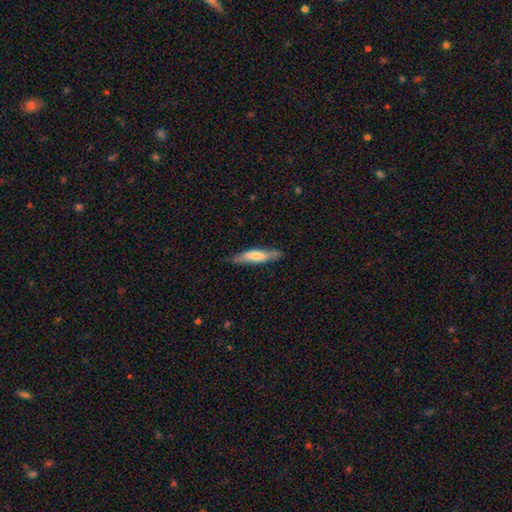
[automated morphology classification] smooth-or-featured: smooth: 58% | featured or disk: 36% | star or artifact: 6%
  how-rounded: cigar-shaped: 81% | in between: 17% | round: 1%
  merging: none: 80% | minor disturbance: 16% | major disturbance: 3% | merger: 1%